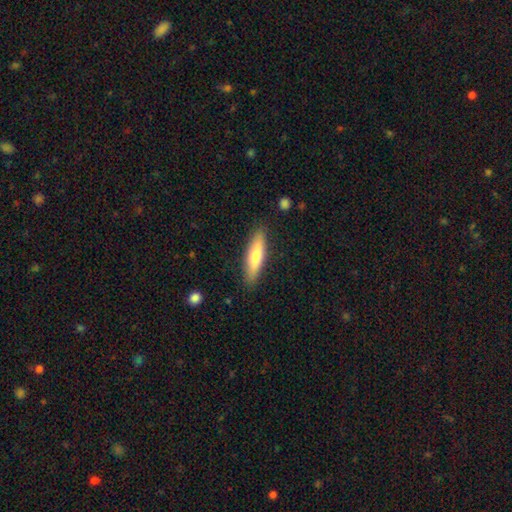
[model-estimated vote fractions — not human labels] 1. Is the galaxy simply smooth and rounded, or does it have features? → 69% smooth, 25% featured or disk, 6% star or artifact.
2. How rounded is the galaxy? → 70% cigar-shaped, 28% in between, 1% round.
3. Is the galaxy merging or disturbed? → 88% none, 9% minor disturbance, 2% major disturbance, 1% merger.